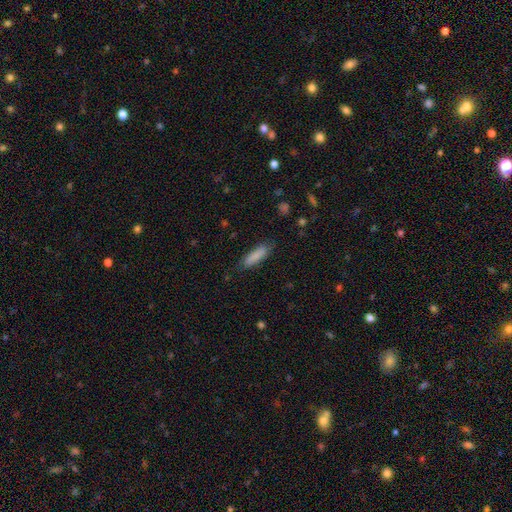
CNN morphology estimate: Smooth or featured?
  - smooth: 85% *
  - featured or disk: 9%
  - star or artifact: 6%
How rounded?
  - cigar-shaped: 60% *
  - in between: 39%
  - round: 2%
Merging?
  - none: 80% *
  - minor disturbance: 15%
  - major disturbance: 3%
  - merger: 1%